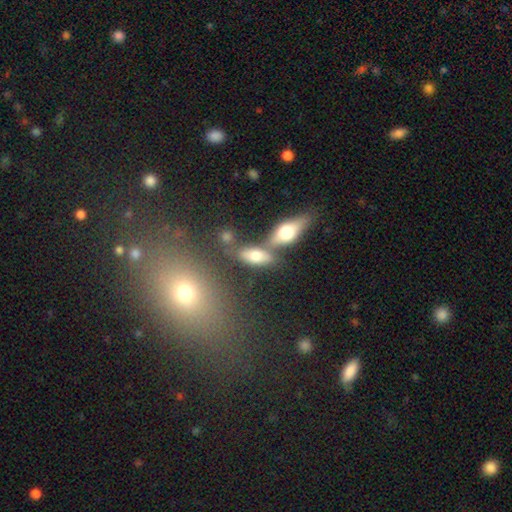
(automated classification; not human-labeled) The model was most divided on "merging": none: 55%, merger: 28%, minor disturbance: 12%, major disturbance: 5%. More confident: how rounded — in between (79%); smooth or featured — smooth (67%).